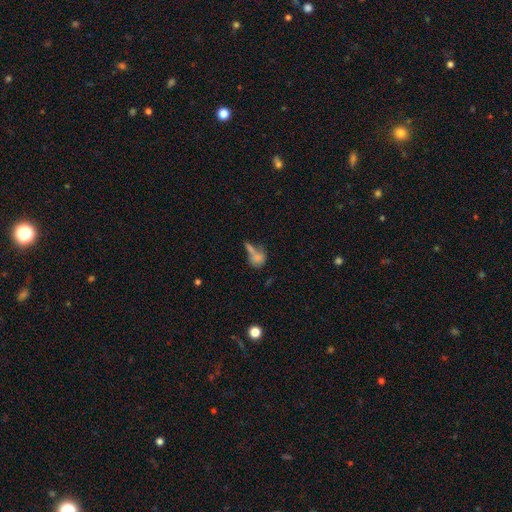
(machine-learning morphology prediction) smooth_or_featured: smooth (p=0.75) [alt: featured or disk p=0.14]
how_rounded: round (p=0.49) [alt: in between p=0.46]
merging: merger (p=0.46) [alt: none p=0.31]